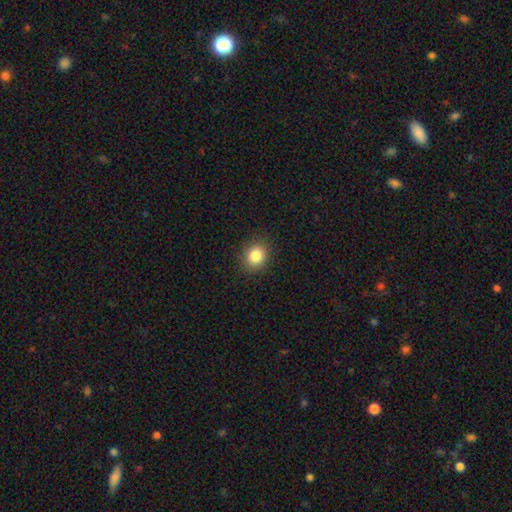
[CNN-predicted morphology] smooth 84%, star or artifact 10%, featured or disk 5%. Down the decision tree: how rounded — round (69%); merging — none (89%).